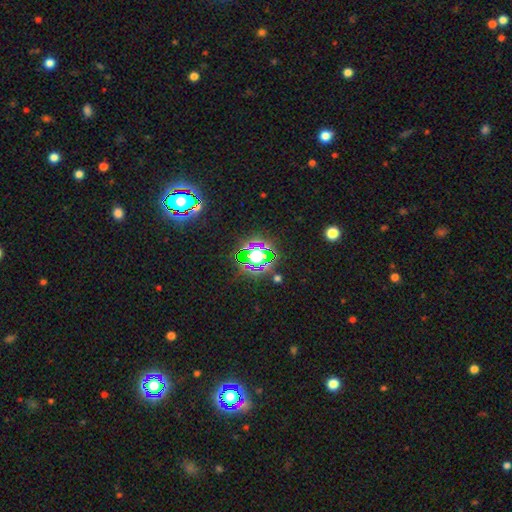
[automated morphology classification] type=star or artifact (59%).